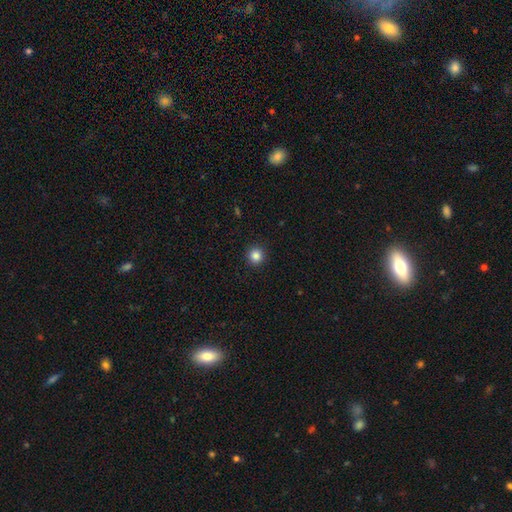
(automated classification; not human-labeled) Smooth or featured: smooth — 85% (star or artifact — 11%)
How rounded: round — 95% (in between — 4%)
Merging: none — 93% (minor disturbance — 5%)